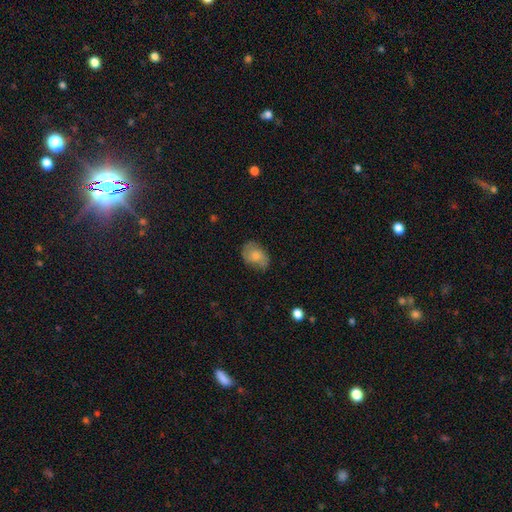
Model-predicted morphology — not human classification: Smooth or featured? smooth (65%)
How rounded? in between (78%)
Merging? none (61%)